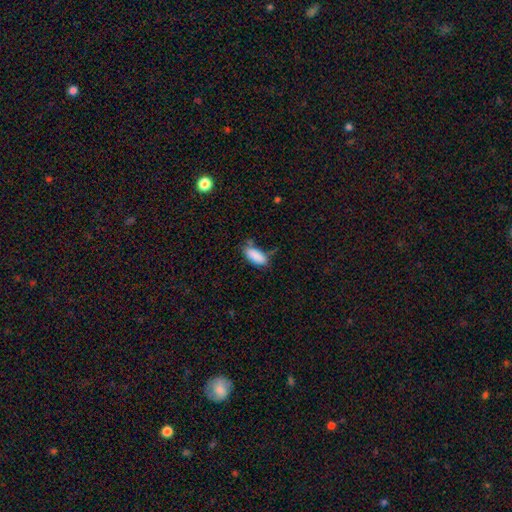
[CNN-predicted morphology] Smooth or featured?
  - smooth: 88% *
  - star or artifact: 7%
  - featured or disk: 5%
How rounded?
  - in between: 84% *
  - cigar-shaped: 14%
  - round: 2%
Merging?
  - none: 60% *
  - minor disturbance: 27%
  - major disturbance: 7%
  - merger: 5%